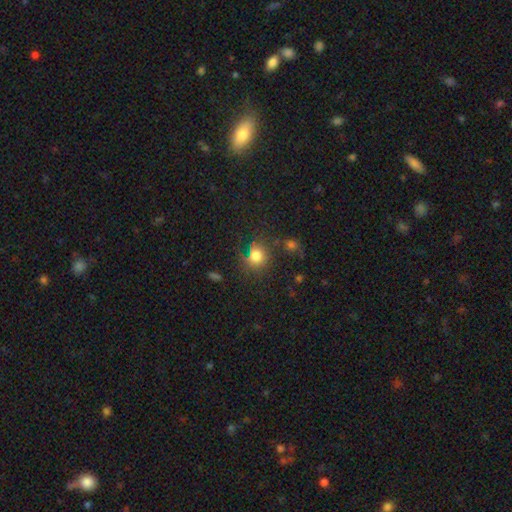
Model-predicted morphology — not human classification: Smooth or featured? smooth (77%)
How rounded? round (81%)
Merging? none (69%)